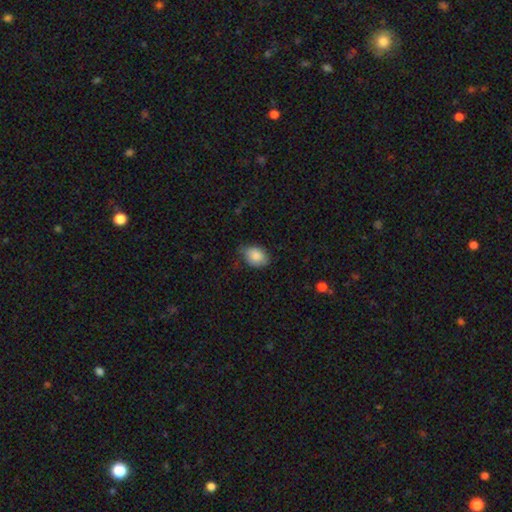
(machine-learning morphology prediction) Smooth or featured? Predicted: smooth (p=0.86). How rounded? Predicted: in between (p=0.77). Merging? Predicted: none (p=0.59).